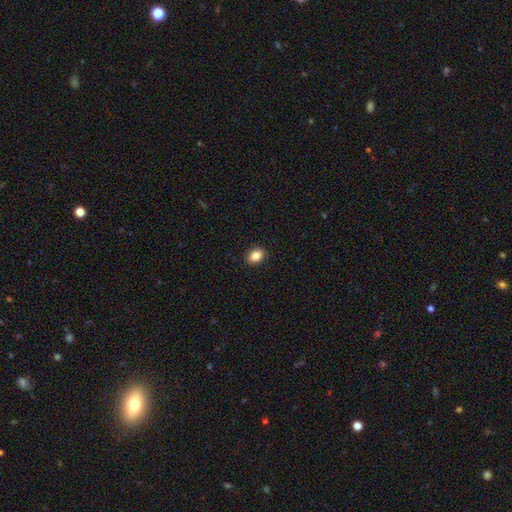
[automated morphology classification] Smooth or featured? Predicted: smooth (p=0.86). How rounded? Predicted: in between (p=0.64). Merging? Predicted: none (p=0.91).